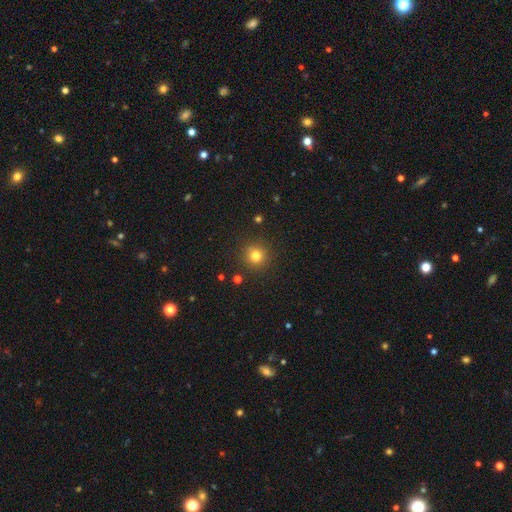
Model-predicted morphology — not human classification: type=smooth (79%); roundness=round (94%); merging=none (90%).